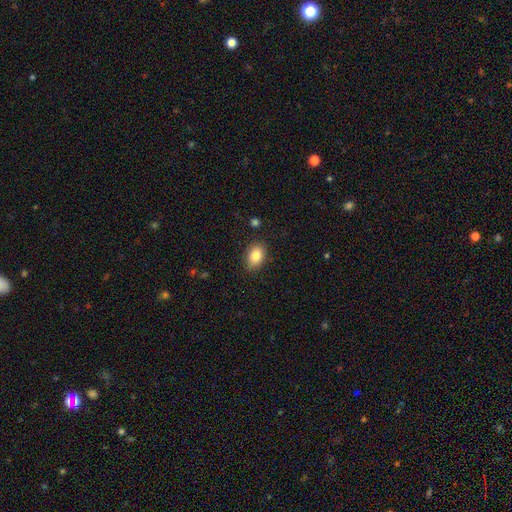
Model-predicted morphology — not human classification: This appears to be a smooth galaxy with no disk features (84%) that is in between round and cigar-shaped (79%). Merging: none (84%).